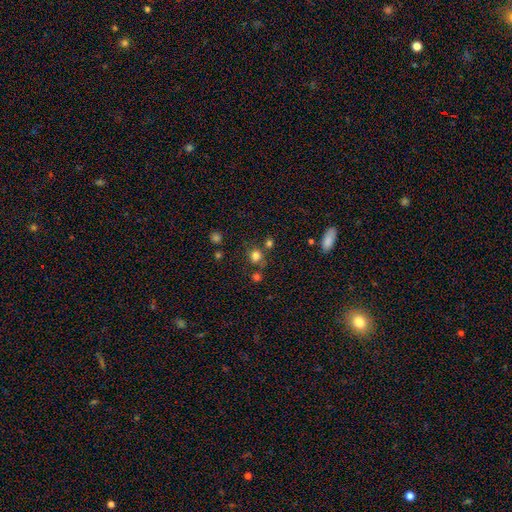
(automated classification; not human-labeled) Smooth or featured? smooth (76%)
How rounded? round (82%)
Merging? none (68%)